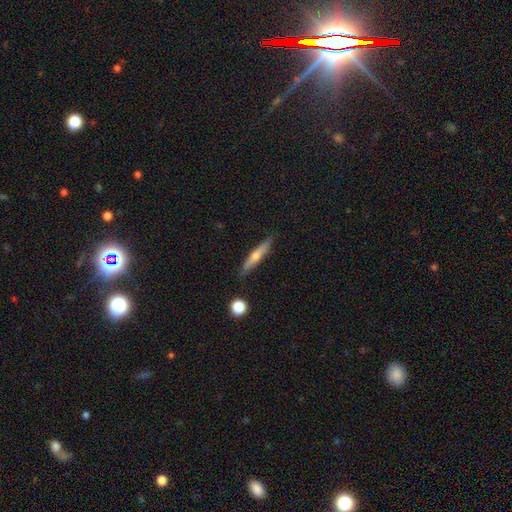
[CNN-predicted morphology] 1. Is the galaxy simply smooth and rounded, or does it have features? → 52% featured or disk, 41% smooth, 7% star or artifact.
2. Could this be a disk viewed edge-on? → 94% yes, 6% no.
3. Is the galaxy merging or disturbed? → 88% none, 9% minor disturbance, 2% merger, 2% major disturbance.